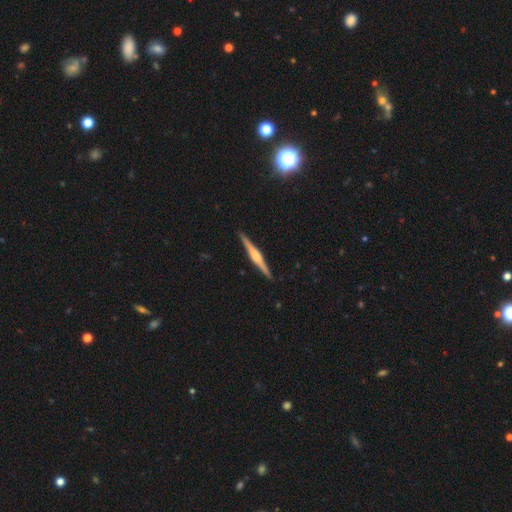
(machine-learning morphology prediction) This is likely a featured or disk galaxy (75%). It is clearly viewed edge-on (98%). Edge-on bulge: likely rounded (72%). Merging: clearly none (92%).